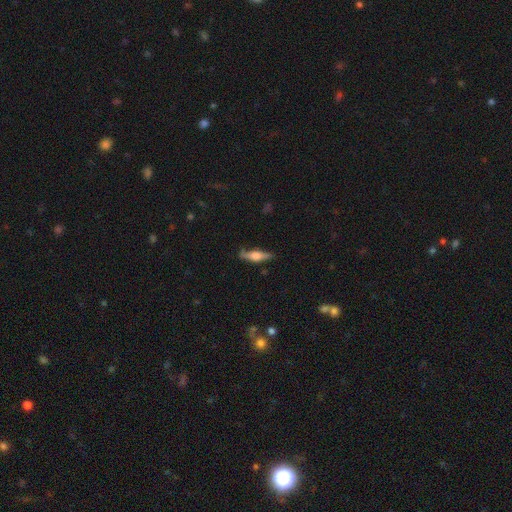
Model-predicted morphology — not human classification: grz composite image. It shows a featured or disk galaxy (63%) viewed edge-on (94%) with a rounded central bulge (84%). Merging: none (79%).